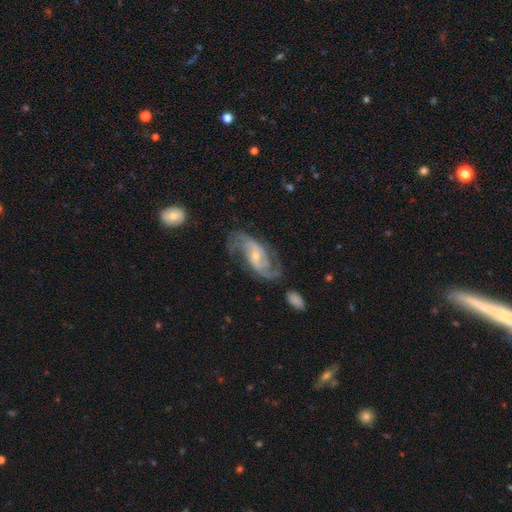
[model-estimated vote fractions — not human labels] smooth_or_featured: featured or disk (p=0.89) [alt: smooth p=0.06]
disk_edge_on: no (p=0.96) [alt: yes p=0.04]
bar: no (p=0.46) [alt: weak p=0.38]
has_spiral_arms: yes (p=0.97) [alt: no p=0.03]
spiral_winding: medium (p=0.48) [alt: loose p=0.27]
spiral_arm_count: 2 (p=0.76) [alt: 3 p=0.09]
bulge_size: small (p=0.62) [alt: moderate p=0.35]
merging: none (p=0.69) [alt: minor disturbance p=0.18]